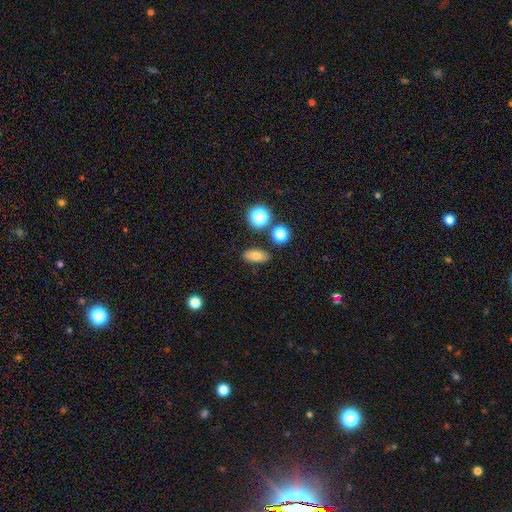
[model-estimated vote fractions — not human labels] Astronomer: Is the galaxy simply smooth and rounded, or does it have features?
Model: smooth — 77%.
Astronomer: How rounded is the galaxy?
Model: in between — 81%.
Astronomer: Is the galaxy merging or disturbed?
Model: none — 85%.